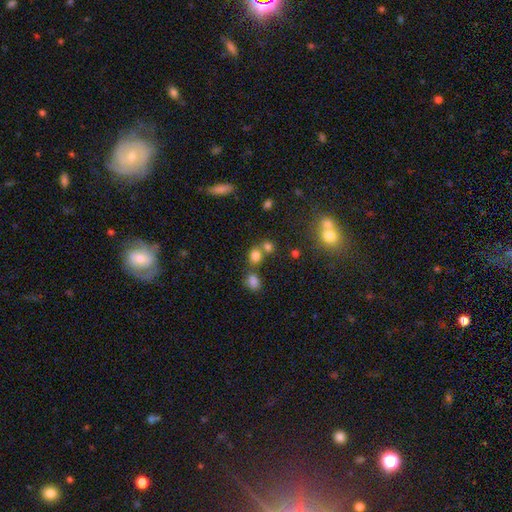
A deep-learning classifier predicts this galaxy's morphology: This appears to be a smooth galaxy with no disk features (76%) that is round (62%). Merging: none (54%).